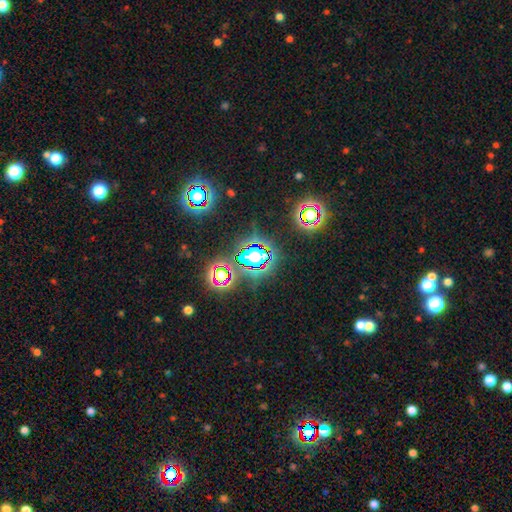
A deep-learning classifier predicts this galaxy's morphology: smooth_or_featured: star or artifact (p=0.70) [alt: smooth p=0.18]